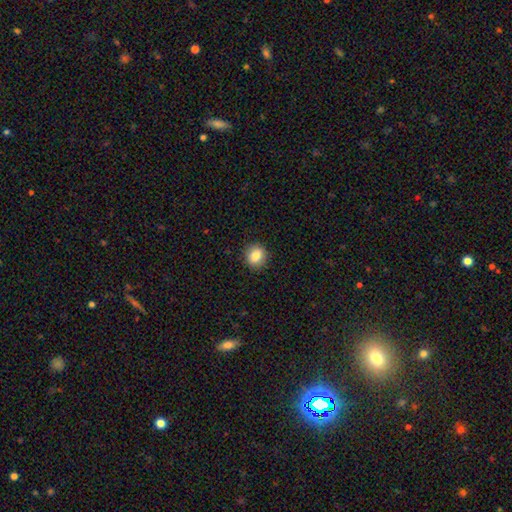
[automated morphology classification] smooth_or_featured: smooth (p=0.85) [alt: star or artifact p=0.09]
how_rounded: round (p=0.82) [alt: in between p=0.17]
merging: none (p=0.91) [alt: minor disturbance p=0.06]